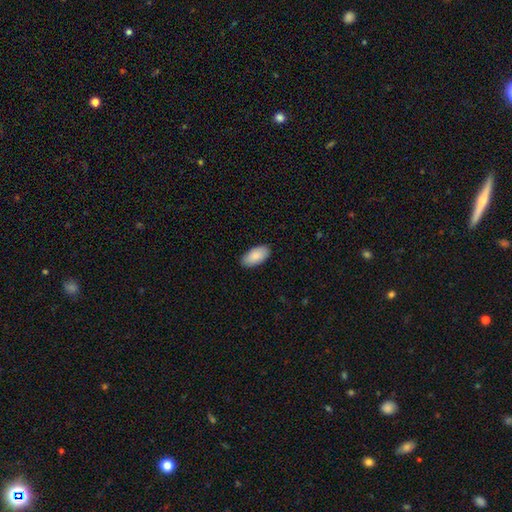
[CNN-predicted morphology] smooth_or_featured: smooth (p=0.89) [alt: featured or disk p=0.06]
how_rounded: in between (p=0.95) [alt: cigar-shaped p=0.03]
merging: none (p=0.87) [alt: minor disturbance p=0.10]